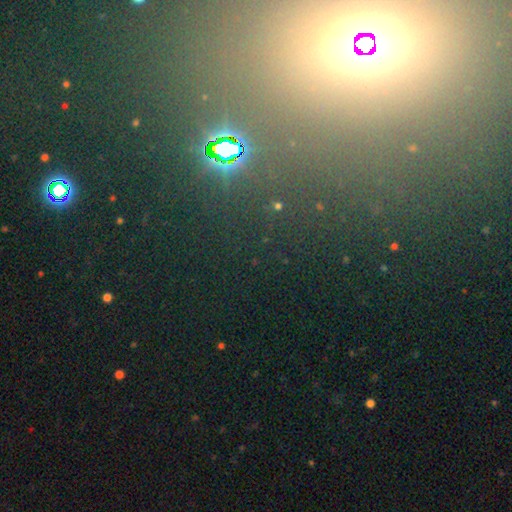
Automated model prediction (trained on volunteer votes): Smooth or featured? Predicted: star or artifact (p=0.72).